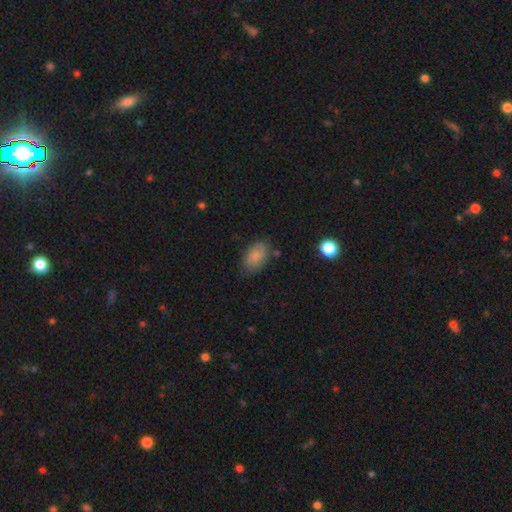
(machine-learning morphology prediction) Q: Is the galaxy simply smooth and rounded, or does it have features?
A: smooth — 82%.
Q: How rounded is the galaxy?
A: in between — 91%.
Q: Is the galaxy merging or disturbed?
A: none — 73%.